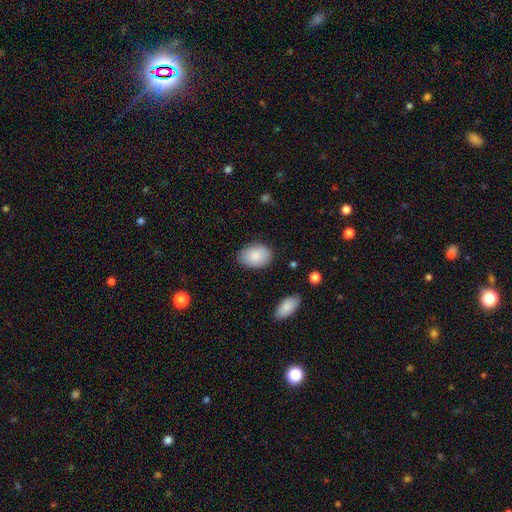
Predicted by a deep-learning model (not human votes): Smooth or featured: smooth — 86% (featured or disk — 8%)
How rounded: in between — 86% (round — 12%)
Merging: none — 82% (minor disturbance — 13%)